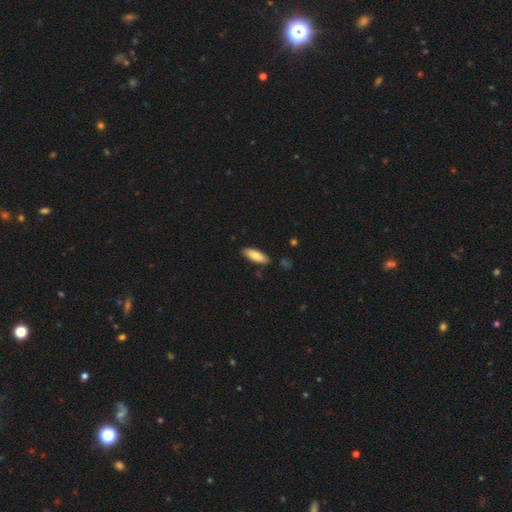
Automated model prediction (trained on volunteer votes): This appears to be a smooth galaxy with no disk features (81%) that is in between round and cigar-shaped (62%). Merging: none (84%).